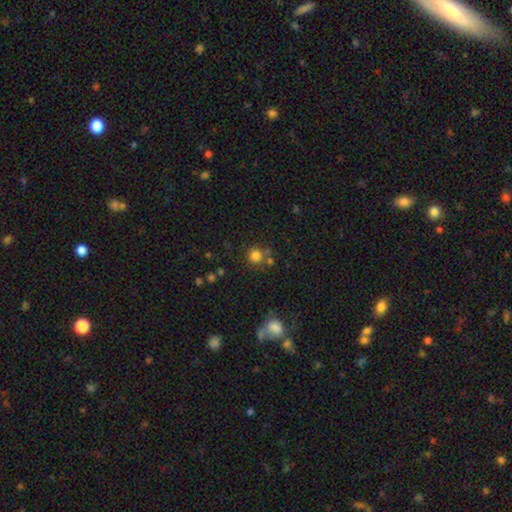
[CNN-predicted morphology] Q: Smooth or featured?
A: smooth (79%); runner-up: star or artifact (14%)
Q: How rounded?
A: round (92%); runner-up: in between (7%)
Q: Merging?
A: none (70%); runner-up: merger (15%)